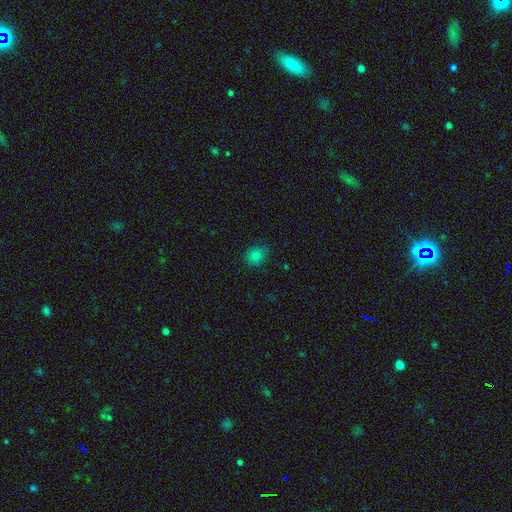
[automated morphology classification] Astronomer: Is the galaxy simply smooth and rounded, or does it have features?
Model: smooth — 79%.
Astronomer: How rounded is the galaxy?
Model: round — 74%.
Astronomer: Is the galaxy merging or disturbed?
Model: none — 81%.